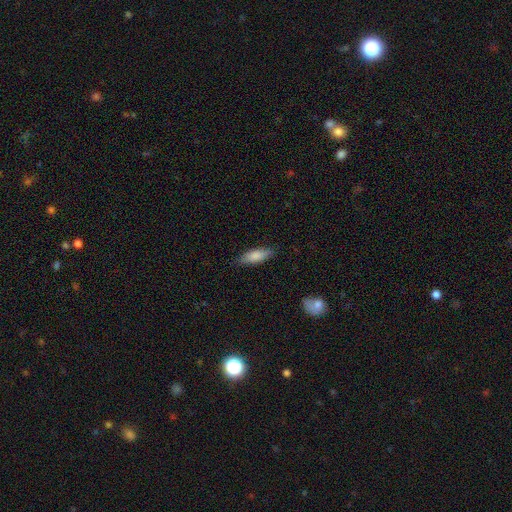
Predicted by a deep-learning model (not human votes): Smooth or featured? smooth (82%)
How rounded? in between (59%)
Merging? none (83%)